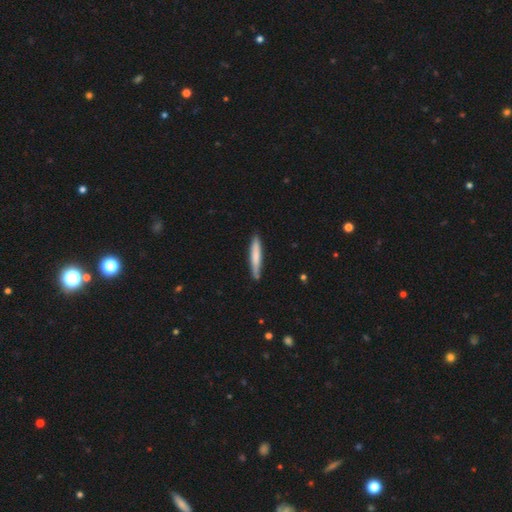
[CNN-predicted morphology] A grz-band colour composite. It shows a smooth galaxy with no disk features (70%) that is cigar-shaped (94%). Merging: none (85%).